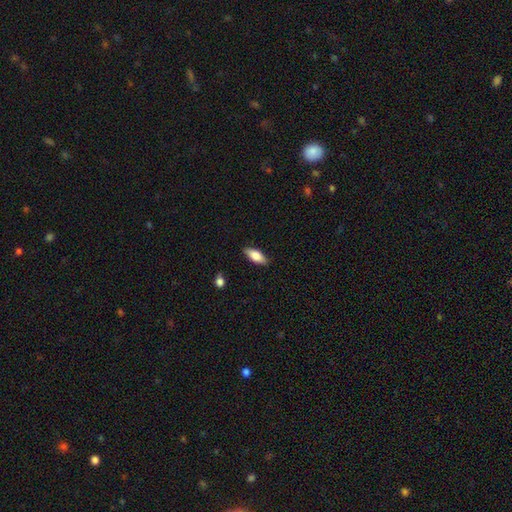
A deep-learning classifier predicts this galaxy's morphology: type=smooth (74%); roundness=in between (77%); merging=none (87%).